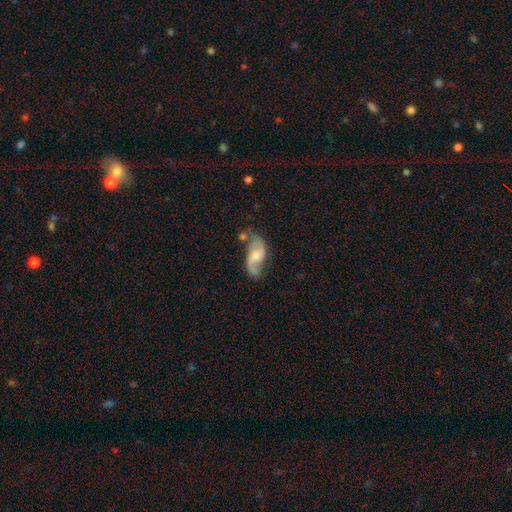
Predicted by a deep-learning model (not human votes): smooth-or-featured: featured or disk: 71% | smooth: 23% | star or artifact: 6%
  disk-edge-on: no: 95% | yes: 5%
    bar: no: 52% | weak: 40% | strong: 8%
    has-spiral-arms: yes: 92% | no: 8%
      spiral-winding: loose: 56% | medium: 34% | tight: 10%
      spiral-arm-count: 2: 88% | can't tell: 5% | 1: 4% | 3: 1% | 4: 1% | more than 4: 1%
    bulge-size: moderate: 46% | small: 34% | none: 9% | large: 9% | dominant: 2%
  merging: none: 55% | minor disturbance: 24% | major disturbance: 11% | merger: 10%